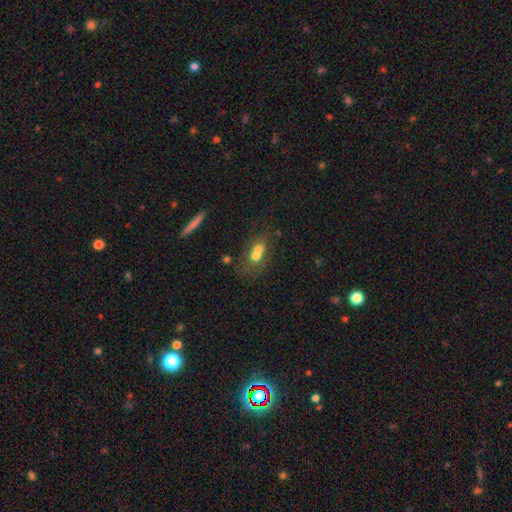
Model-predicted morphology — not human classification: The model was most divided on "how rounded": round: 54%, in between: 42%, cigar-shaped: 4%. More confident: smooth or featured — smooth (64%); merging — merger (62%).